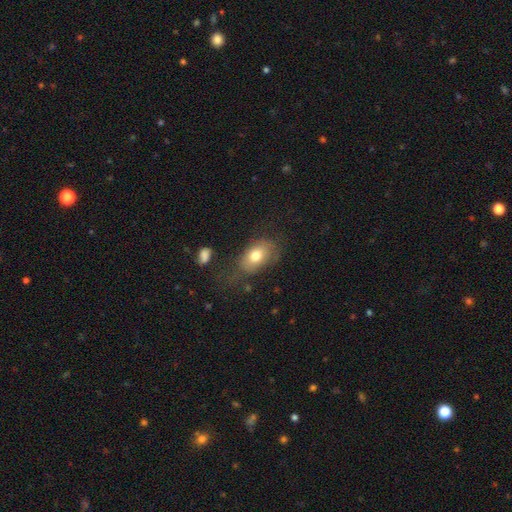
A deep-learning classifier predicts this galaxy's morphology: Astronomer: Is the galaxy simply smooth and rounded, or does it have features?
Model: smooth — 75%.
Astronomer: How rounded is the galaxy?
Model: in between — 85%.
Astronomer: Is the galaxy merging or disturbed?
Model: none — 57%.